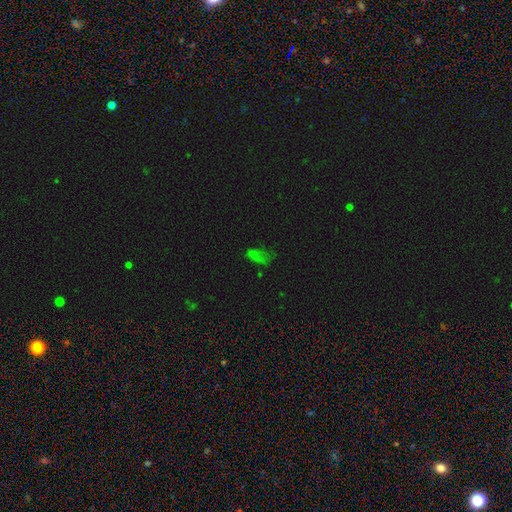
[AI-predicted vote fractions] Smooth or featured? Predicted: smooth (p=0.53). How rounded? Predicted: in between (p=0.82). Merging? Predicted: none (p=0.40).